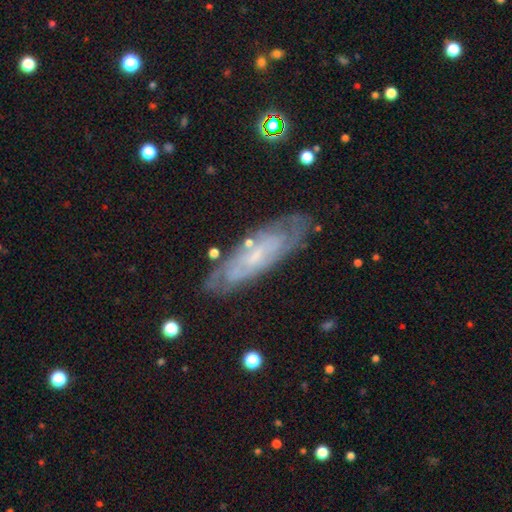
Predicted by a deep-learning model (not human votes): This is likely a featured or disk galaxy (69%). It is likely not viewed edge-on (76%). Bar: possibly no (53%). Spiral arm pattern: clearly yes (80%). Central bulge: likely small (63%). Merging: likely none (77%).